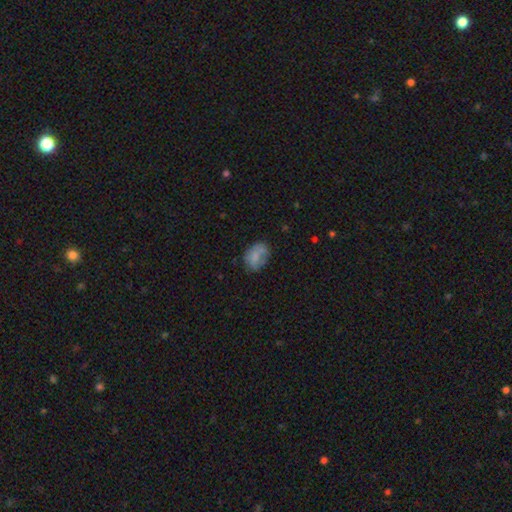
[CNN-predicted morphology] smooth-or-featured: smooth: 71% | featured or disk: 19% | star or artifact: 9%
  how-rounded: in between: 69% | round: 30% | cigar-shaped: 1%
  merging: none: 58% | minor disturbance: 27% | major disturbance: 12% | merger: 4%